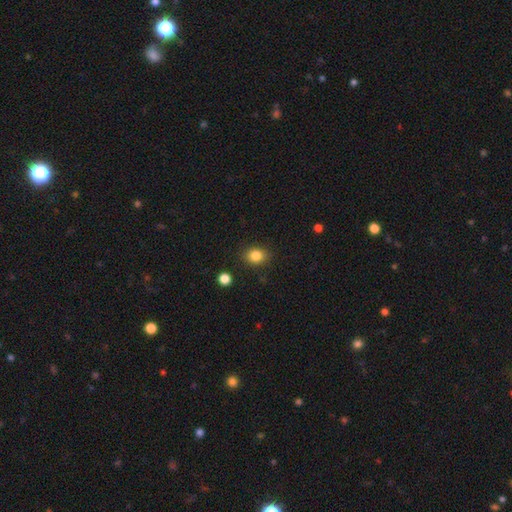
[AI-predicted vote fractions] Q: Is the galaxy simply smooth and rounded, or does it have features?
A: smooth — 84%.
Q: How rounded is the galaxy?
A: in between — 51%.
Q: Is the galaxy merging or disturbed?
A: none — 86%.